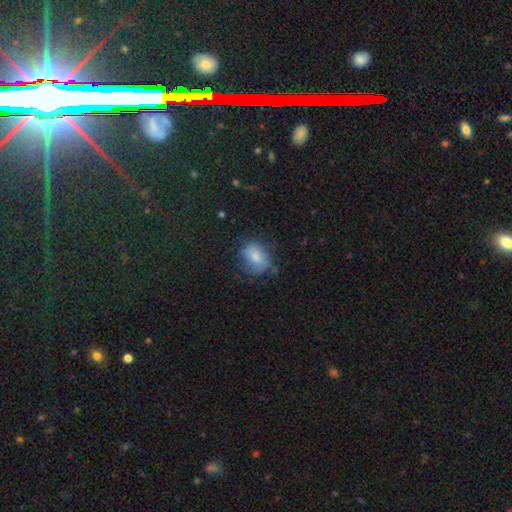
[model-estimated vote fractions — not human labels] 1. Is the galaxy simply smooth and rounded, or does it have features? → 64% smooth, 19% featured or disk, 17% star or artifact.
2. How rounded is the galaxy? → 66% in between, 33% round, 2% cigar-shaped.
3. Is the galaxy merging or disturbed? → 58% none, 28% minor disturbance, 11% major disturbance, 2% merger.